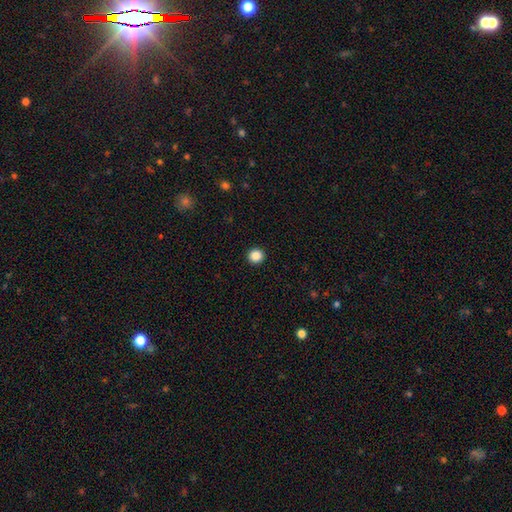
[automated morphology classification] Smooth or featured? smooth (87%)
How rounded? round (95%)
Merging? none (94%)